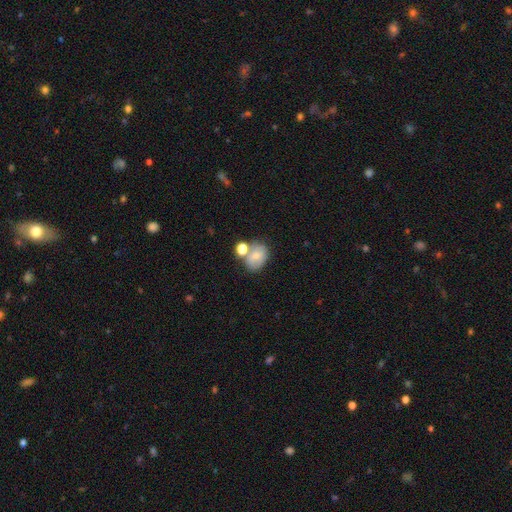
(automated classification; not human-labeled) Smooth or featured? smooth (70%)
How rounded? in between (56%)
Merging? none (45%)